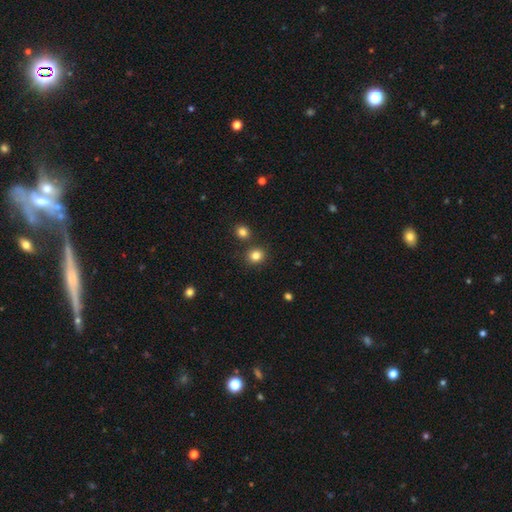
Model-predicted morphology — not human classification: Smooth or featured?
  - smooth: 83% *
  - star or artifact: 12%
  - featured or disk: 5%
How rounded?
  - round: 82% *
  - in between: 17%
  - cigar-shaped: 1%
Merging?
  - none: 83% *
  - merger: 8%
  - minor disturbance: 7%
  - major disturbance: 2%